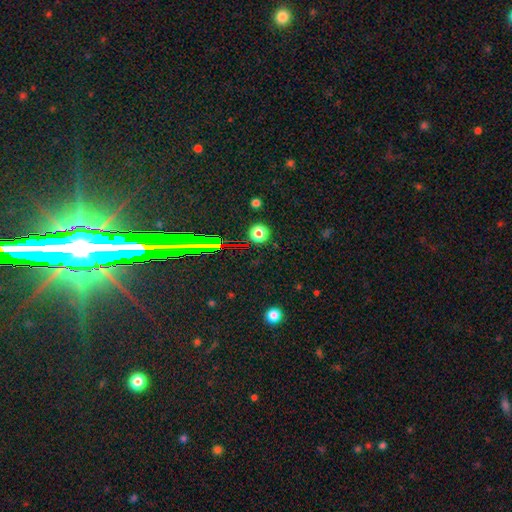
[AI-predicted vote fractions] The model was most divided on "smooth or featured": star or artifact: 75%, featured or disk: 15%, smooth: 10%.